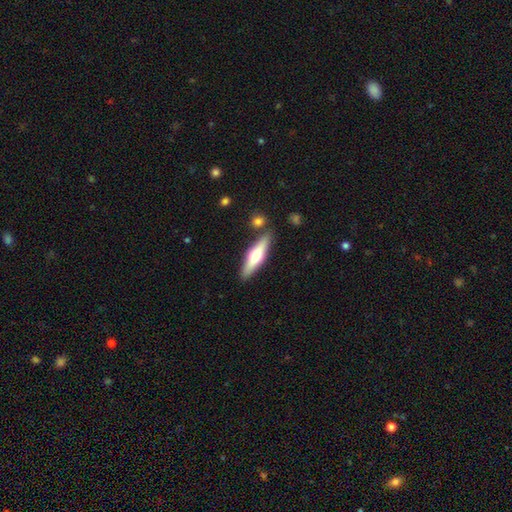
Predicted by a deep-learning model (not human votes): The model was most divided on "smooth or featured": featured or disk: 51%, smooth: 44%, star or artifact: 5%. More confident: edge-on disk — yes (92%); merging — none (84%).